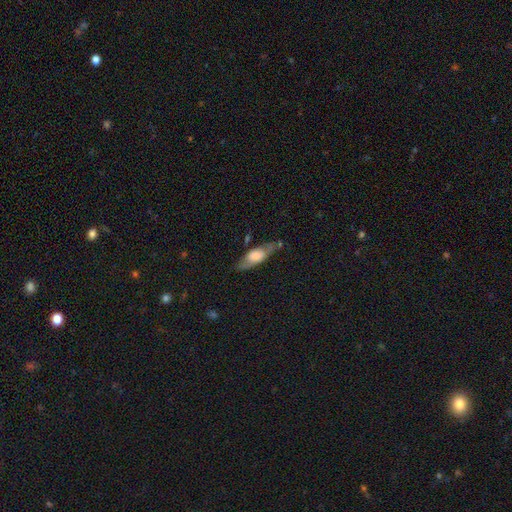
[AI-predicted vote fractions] A smooth galaxy with no disk features (49%).

Vote fractions:
- Smooth or featured? smooth: 49% / featured or disk: 44% / star or artifact: 7%
- Merging? none: 67% / minor disturbance: 21% / major disturbance: 8% / merger: 4%